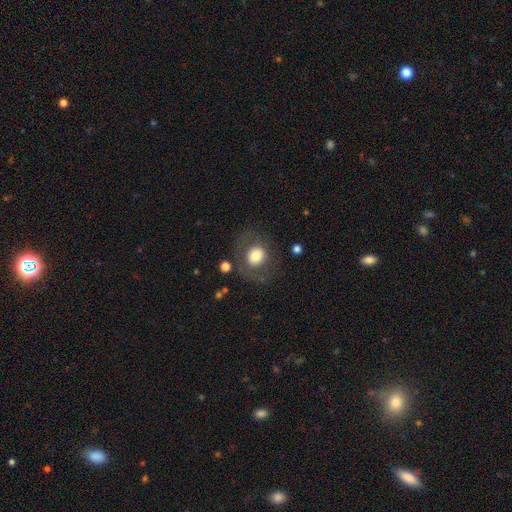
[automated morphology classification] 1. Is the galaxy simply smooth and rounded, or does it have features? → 69% smooth, 22% featured or disk, 9% star or artifact.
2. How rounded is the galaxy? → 78% round, 21% in between, 1% cigar-shaped.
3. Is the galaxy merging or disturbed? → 75% none, 13% minor disturbance, 10% major disturbance, 2% merger.